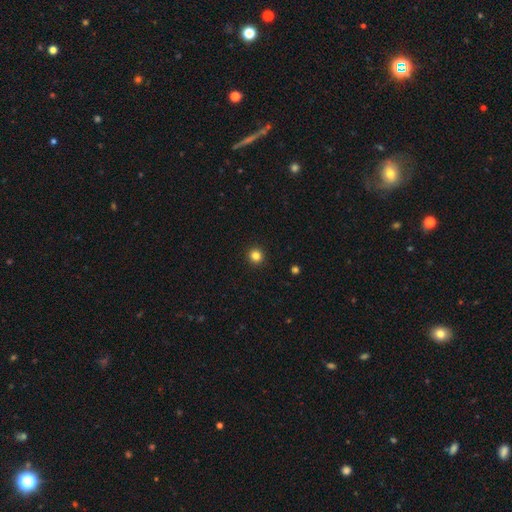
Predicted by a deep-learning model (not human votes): Morphology: type=smooth (83%); roundness=round (94%); merging=none (93%).